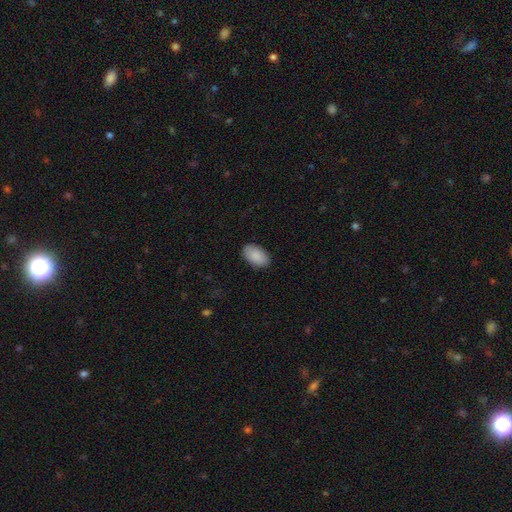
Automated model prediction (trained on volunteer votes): smooth_or_featured: smooth (p=0.90) [alt: star or artifact p=0.06]
how_rounded: in between (p=0.95) [alt: round p=0.04]
merging: none (p=0.88) [alt: minor disturbance p=0.09]